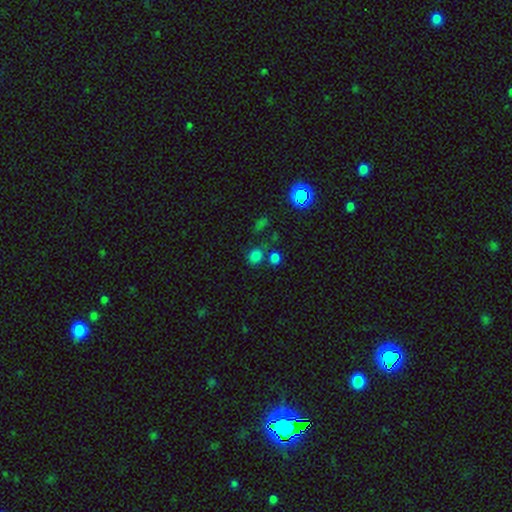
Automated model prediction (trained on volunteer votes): smooth 74%, star or artifact 20%, featured or disk 6%. Down the decision tree: how rounded — round (71%); merging — none (62%).